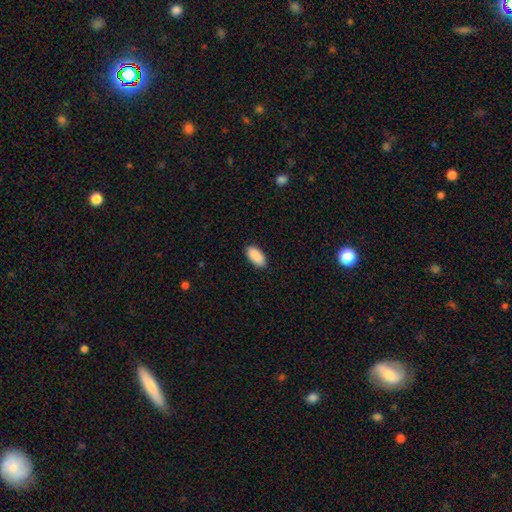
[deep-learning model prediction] Smooth or featured?
  - smooth: 91% *
  - star or artifact: 6%
  - featured or disk: 3%
How rounded?
  - in between: 92% *
  - cigar-shaped: 6%
  - round: 2%
Merging?
  - none: 88% *
  - minor disturbance: 9%
  - major disturbance: 2%
  - merger: 1%